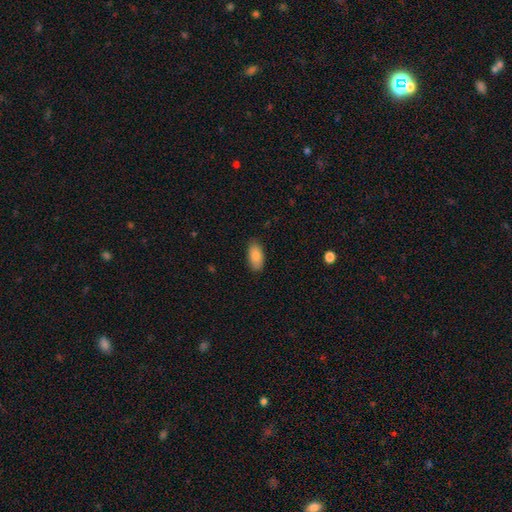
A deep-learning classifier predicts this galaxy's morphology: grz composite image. It shows a smooth galaxy with no disk features (86%) that is in between round and cigar-shaped (93%). Merging: none (86%).